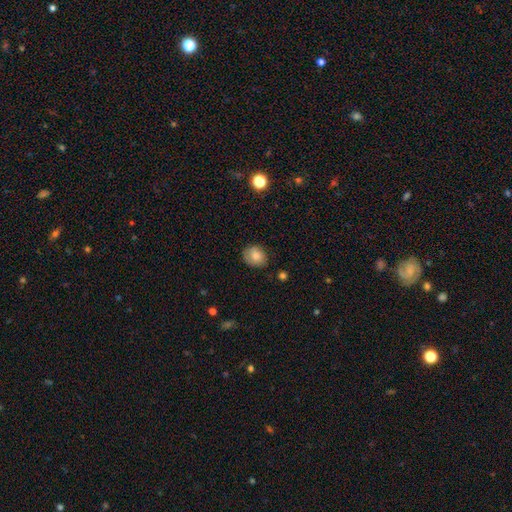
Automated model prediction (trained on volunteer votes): A smooth galaxy with no disk features (75%) that is round (62%). Merging: none (75%).